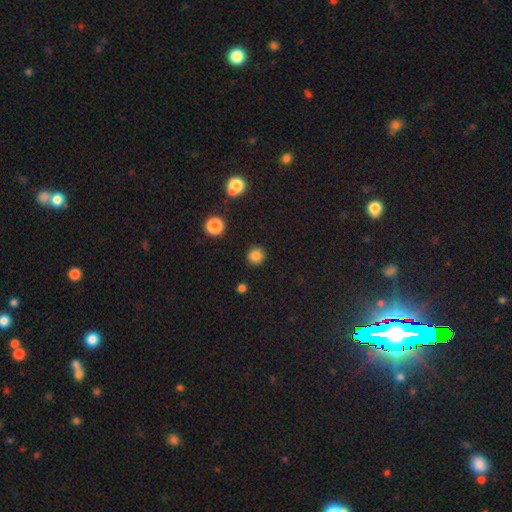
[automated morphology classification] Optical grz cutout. It shows a smooth galaxy with no disk features (84%) that is round (93%). Merging: none (91%).